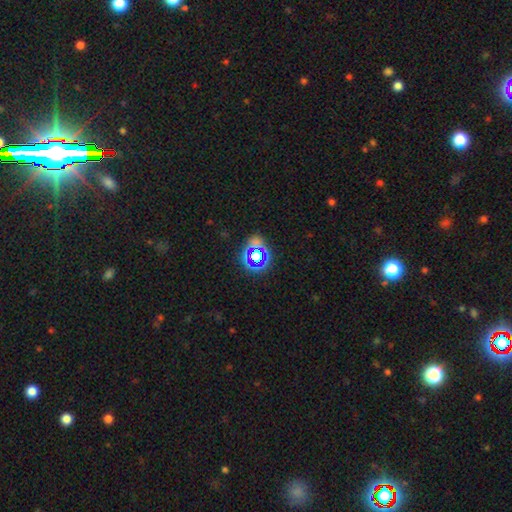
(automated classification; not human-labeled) Morphology: type=star or artifact (50%).